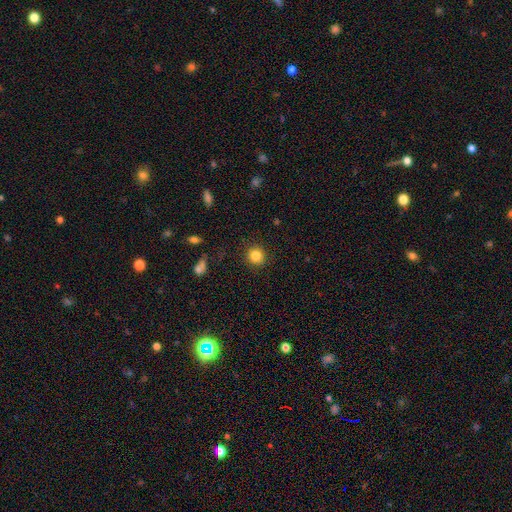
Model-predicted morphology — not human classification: The model was most divided on "smooth or featured": smooth: 84%, star or artifact: 11%, featured or disk: 5%. More confident: how rounded — round (92%); merging — none (90%).